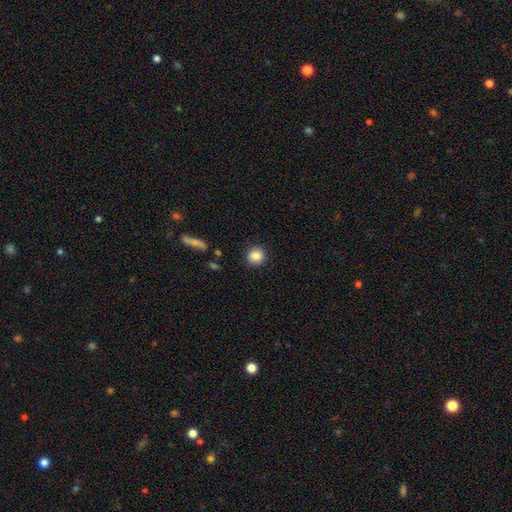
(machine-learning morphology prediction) Smooth or featured: smooth — 85% (star or artifact — 9%)
How rounded: round — 91% (in between — 8%)
Merging: none — 90% (minor disturbance — 7%)